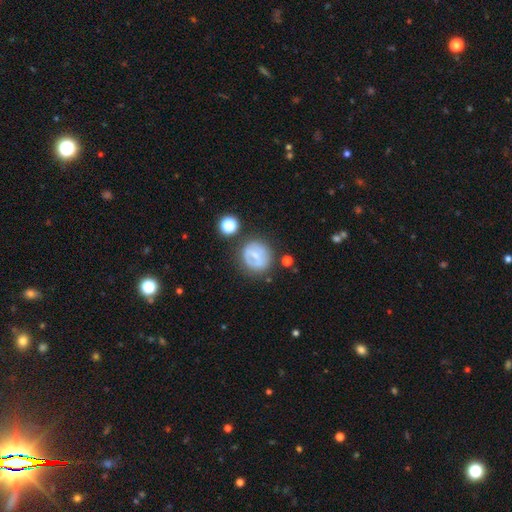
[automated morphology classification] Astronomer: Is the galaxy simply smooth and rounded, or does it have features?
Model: featured or disk — 45%, tied with smooth at 45%.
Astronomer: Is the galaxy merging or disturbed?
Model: none — 70%.